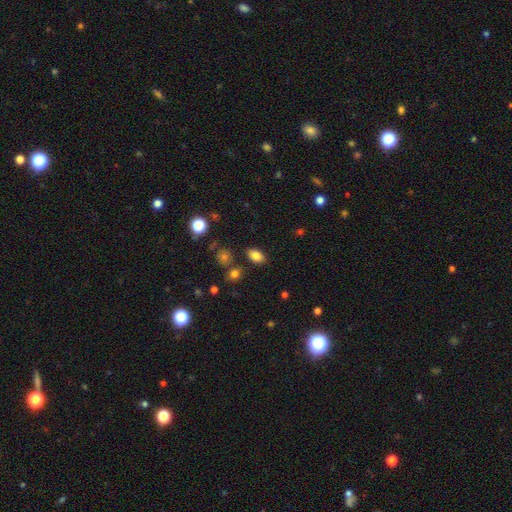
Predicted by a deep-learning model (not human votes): This is clearly a smooth galaxy (83%). How rounded: clearly in between (87%). Merging: clearly none (83%).